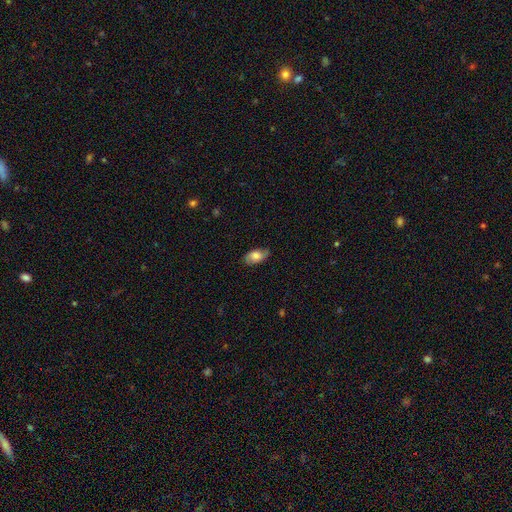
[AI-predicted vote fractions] This appears to be a smooth galaxy with no disk features (68%) that is in between round and cigar-shaped (92%). Merging: none (79%).